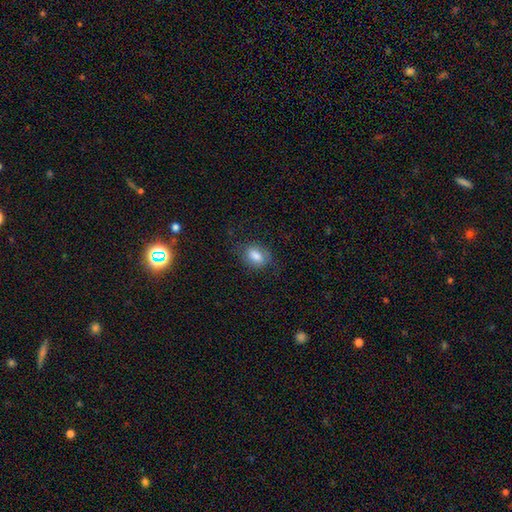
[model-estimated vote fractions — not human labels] Morphology: type=smooth (81%); roundness=in between (75%); merging=none (73%).